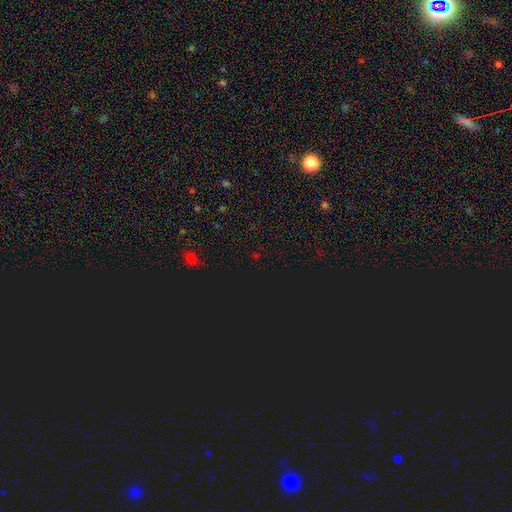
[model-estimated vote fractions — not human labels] Overall: star or artifact (74%).